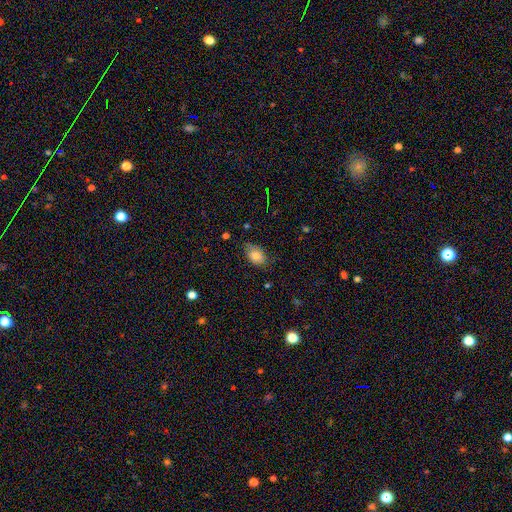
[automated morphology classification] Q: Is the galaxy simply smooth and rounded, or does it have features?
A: smooth — 80%.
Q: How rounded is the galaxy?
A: in between — 80%.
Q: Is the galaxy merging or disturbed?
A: none — 65%.